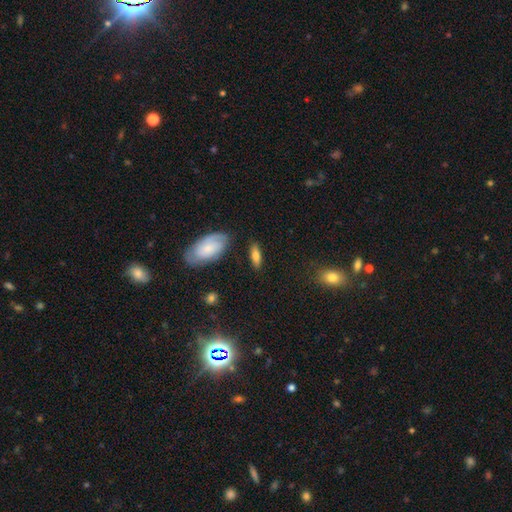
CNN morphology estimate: This is likely a smooth galaxy (68%). How rounded: likely in between (63%). Merging: clearly none (81%).